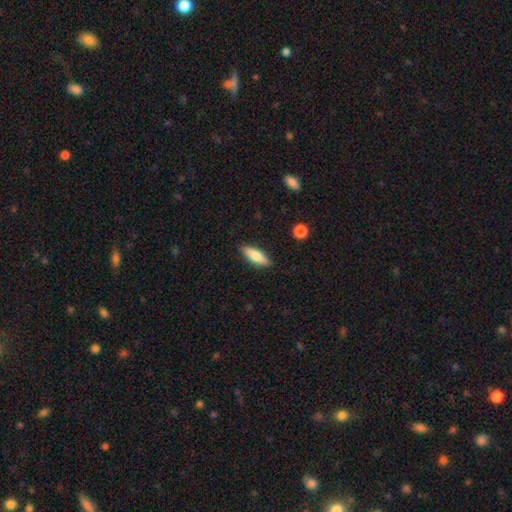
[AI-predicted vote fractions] The model was most divided on "how rounded": in between: 56%, cigar-shaped: 42%, round: 2%. More confident: merging — none (87%); smooth or featured — smooth (76%).